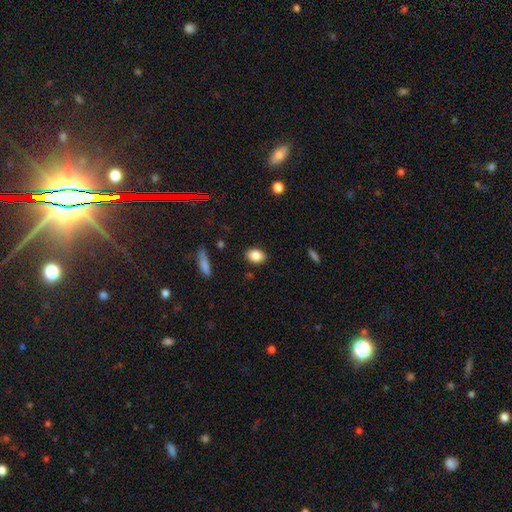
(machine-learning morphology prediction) Smooth or featured: smooth — 85% (star or artifact — 8%)
How rounded: in between — 76% (round — 22%)
Merging: none — 88% (minor disturbance — 9%)